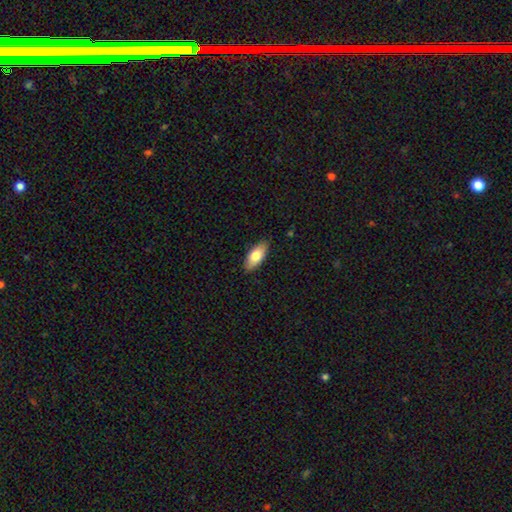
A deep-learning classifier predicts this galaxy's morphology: type=smooth (77%); roundness=in between (86%); merging=none (87%).